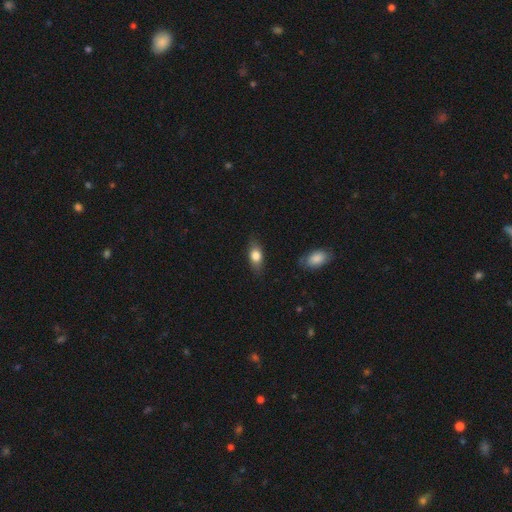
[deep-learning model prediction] This appears to be a smooth galaxy with no disk features (76%) that is in between round and cigar-shaped (80%). Merging: none (81%).